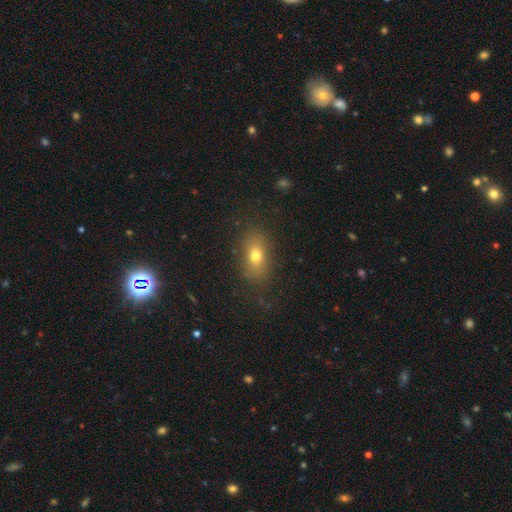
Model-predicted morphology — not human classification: smooth_or_featured: smooth (p=0.71) [alt: featured or disk p=0.16]
how_rounded: in between (p=0.77) [alt: round p=0.18]
merging: none (p=0.81) [alt: minor disturbance p=0.13]